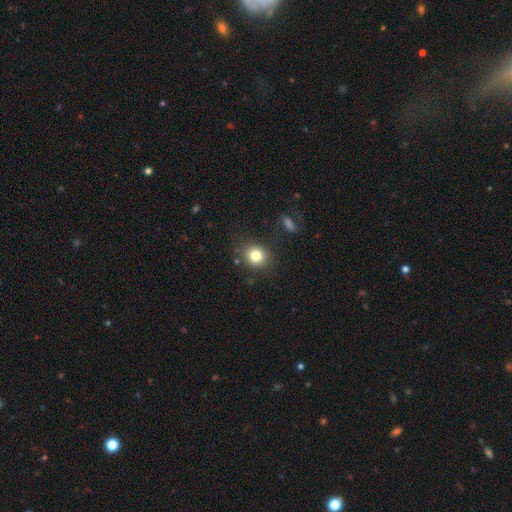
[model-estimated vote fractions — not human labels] A smooth galaxy with no disk features (81%) that is round (80%). Merging: none (83%).